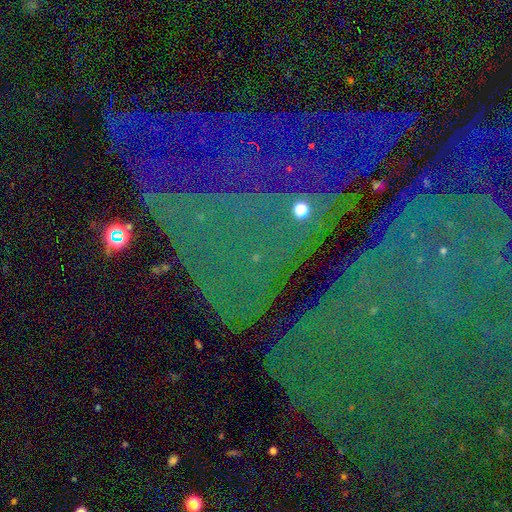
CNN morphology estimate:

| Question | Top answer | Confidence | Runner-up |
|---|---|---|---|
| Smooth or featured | star or artifact | 81% | featured or disk (10%) |